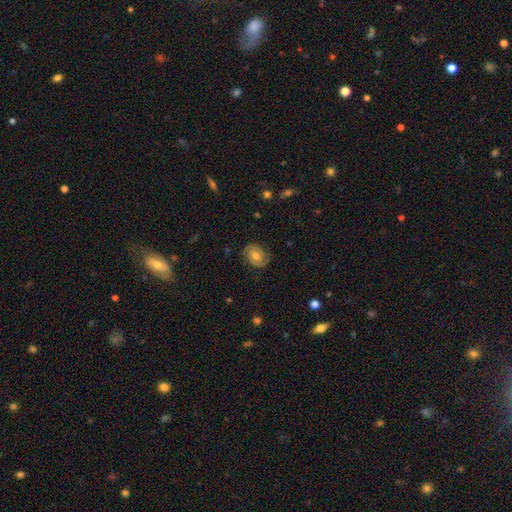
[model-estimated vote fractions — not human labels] Overall: featured or disk (64%; smooth 25%). Edge-on disk: no (97%). Bar: no (59%; weak 34%). Spiral arms: yes (90%). Spiral arm count: 2 (82%). Spiral winding: tight (51%; medium 38%). Bulge size: moderate (63%; small 26%). Merging: none (83%).